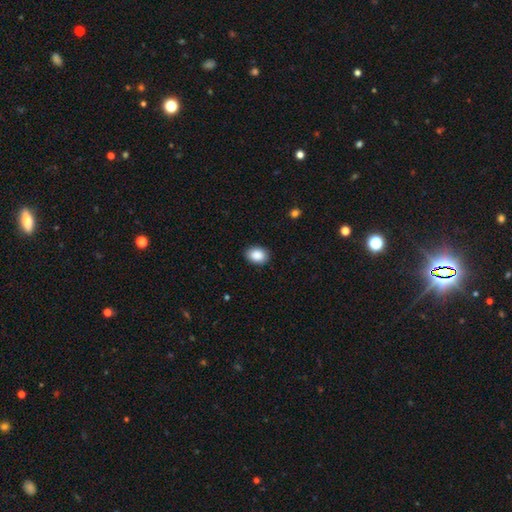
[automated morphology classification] Smooth or featured: smooth — 89% (star or artifact — 7%)
How rounded: in between — 69% (round — 30%)
Merging: none — 87% (minor disturbance — 10%)